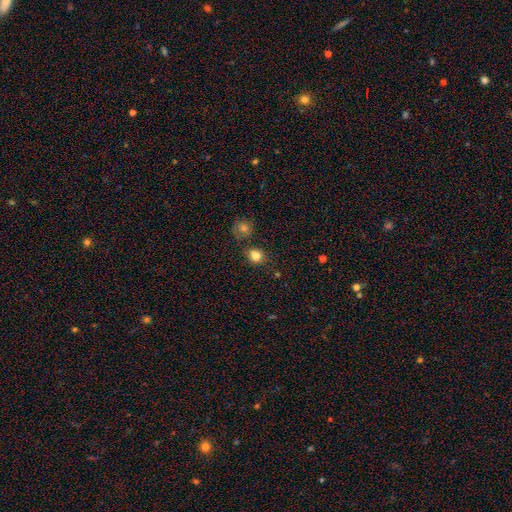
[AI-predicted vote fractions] Smooth or featured? smooth (82%)
How rounded? round (65%)
Merging? none (69%)